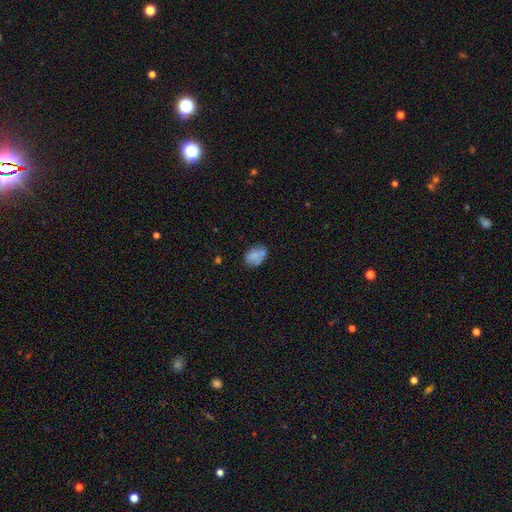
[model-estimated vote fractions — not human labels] smooth 70%, featured or disk 21%, star or artifact 9%. Down the decision tree: how rounded — in between (73%); merging — none (56%).